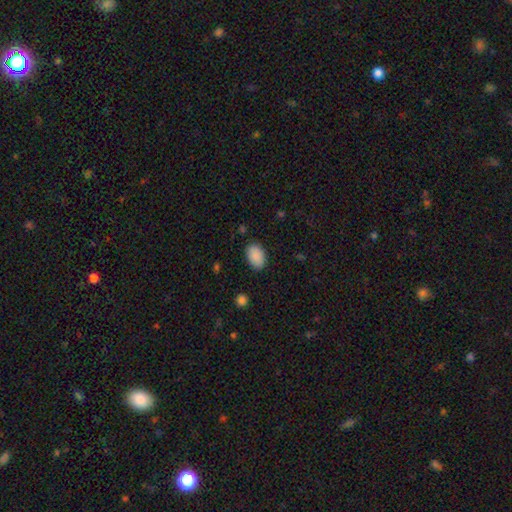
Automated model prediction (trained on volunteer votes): A smooth galaxy with no disk features (90%) that is in between round and cigar-shaped (89%).

Vote fractions:
- Smooth or featured? smooth: 90% / star or artifact: 7% / featured or disk: 3%
- How rounded? in between: 89% / round: 10% / cigar-shaped: 1%
- Merging? none: 86% / minor disturbance: 10% / major disturbance: 3% / merger: 1%